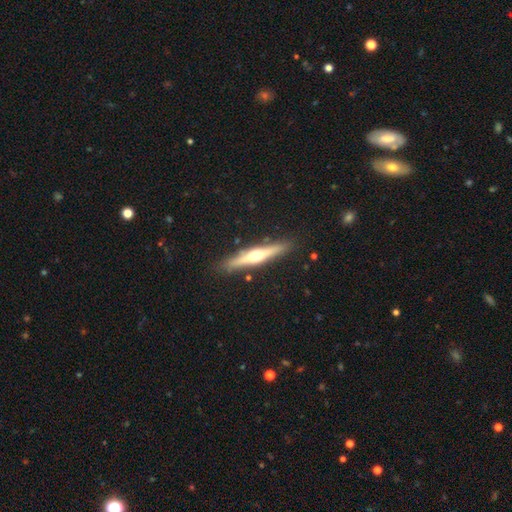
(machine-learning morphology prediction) Smooth or featured? Predicted: featured or disk (p=0.64). Edge-on disk? Predicted: yes (p=0.96). Edge-on bulge? Predicted: rounded (p=0.90). Merging? Predicted: none (p=0.87).